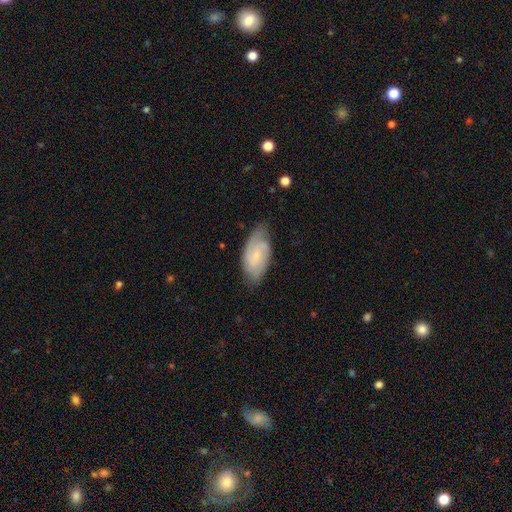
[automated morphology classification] Smooth or featured: featured or disk — 69% (smooth — 25%)
Edge-on disk: no — 95% (yes — 5%)
Bar: no — 57% (weak — 37%)
Spiral arms: yes — 94% (no — 6%)
Spiral winding: tight — 46% (medium — 42%)
Spiral arm count: 2 — 58% (can't tell — 21%)
Bulge size: small — 69% (moderate — 18%)
Merging: none — 71% (minor disturbance — 22%)